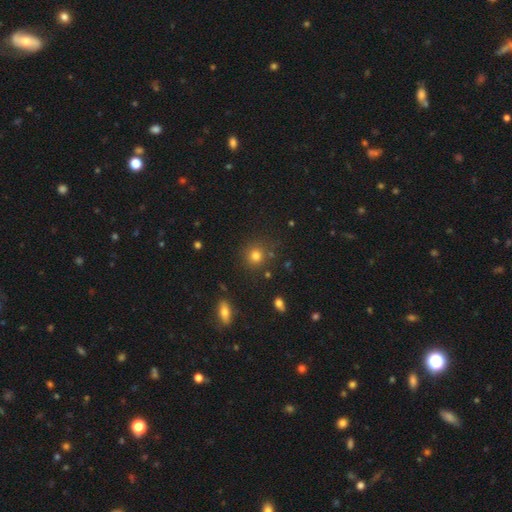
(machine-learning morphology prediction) A smooth galaxy with no disk features (79%) that is round (90%). Merging: none (83%).